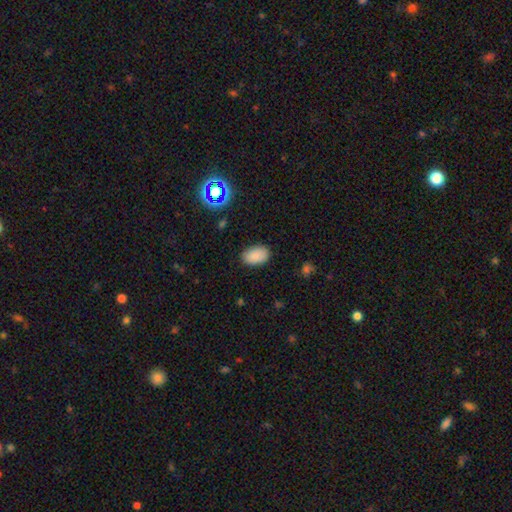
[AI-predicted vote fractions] A smooth galaxy with no disk features (87%) that is in between round and cigar-shaped (91%).

Vote fractions:
- Smooth or featured? smooth: 87% / star or artifact: 9% / featured or disk: 4%
- How rounded? in between: 91% / round: 8% / cigar-shaped: 1%
- Merging? none: 86% / minor disturbance: 11% / major disturbance: 3% / merger: 1%